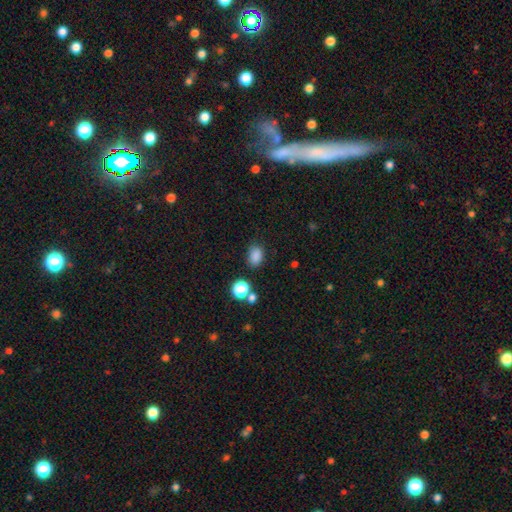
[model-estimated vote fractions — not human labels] Smooth or featured: smooth — 84% (star or artifact — 12%)
How rounded: in between — 73% (round — 26%)
Merging: none — 78% (minor disturbance — 14%)